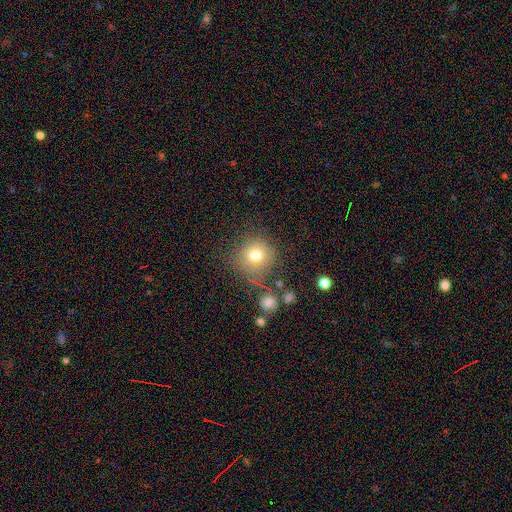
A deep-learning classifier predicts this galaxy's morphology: This is likely a smooth galaxy (76%). How rounded: clearly round (91%). Merging: likely none (74%).